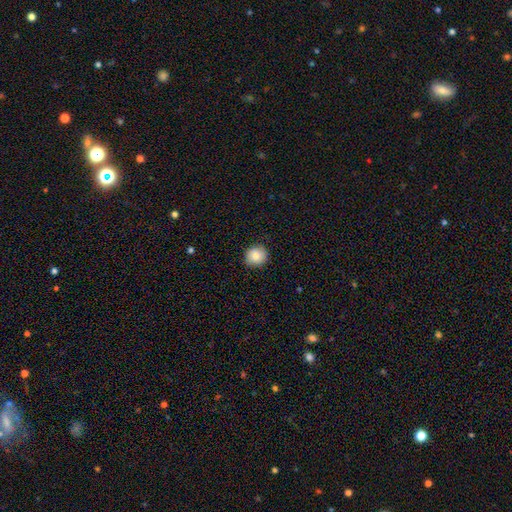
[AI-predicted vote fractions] Smooth or featured? smooth (83%)
How rounded? round (89%)
Merging? none (86%)